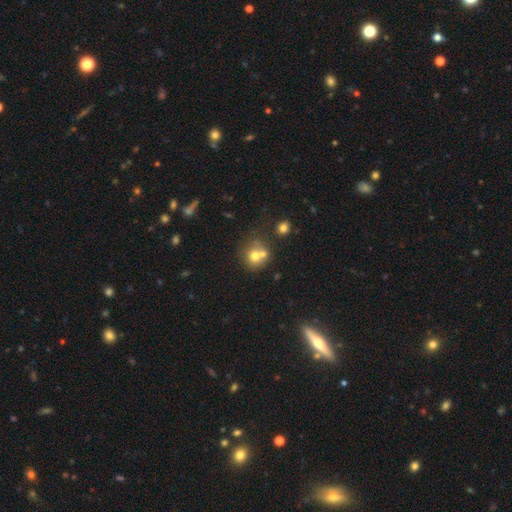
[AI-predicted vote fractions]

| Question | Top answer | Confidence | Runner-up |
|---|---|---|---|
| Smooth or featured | smooth | 68% | featured or disk (20%) |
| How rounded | round | 81% | in between (18%) |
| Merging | merger | 46% | none (41%) |